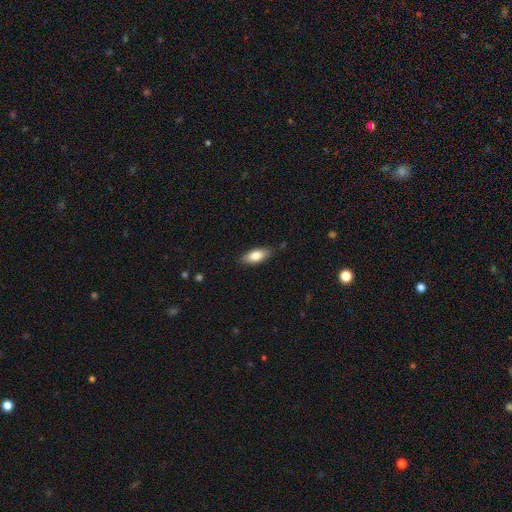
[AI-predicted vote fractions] This is likely a smooth galaxy (80%). How rounded: clearly in between (81%). Merging: clearly none (83%).